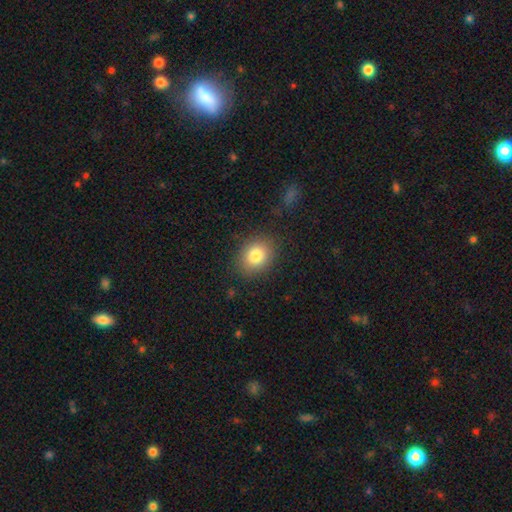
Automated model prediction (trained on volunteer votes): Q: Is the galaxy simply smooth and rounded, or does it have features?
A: smooth — 82%.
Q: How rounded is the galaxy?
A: round — 58%.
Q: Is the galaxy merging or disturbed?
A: none — 86%.